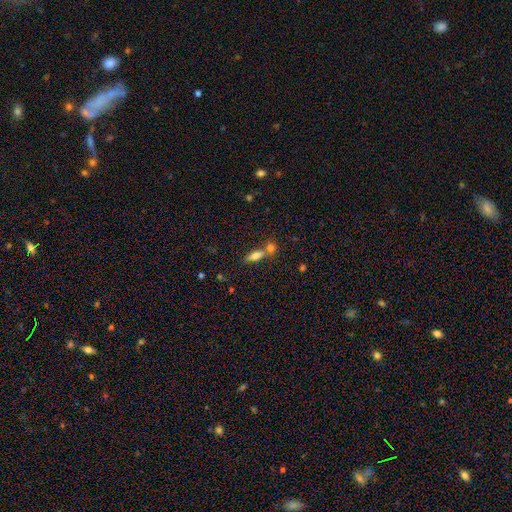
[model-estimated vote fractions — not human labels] A smooth galaxy with no disk features (71%) that is in between round and cigar-shaped (62%). Merging: none (46%).